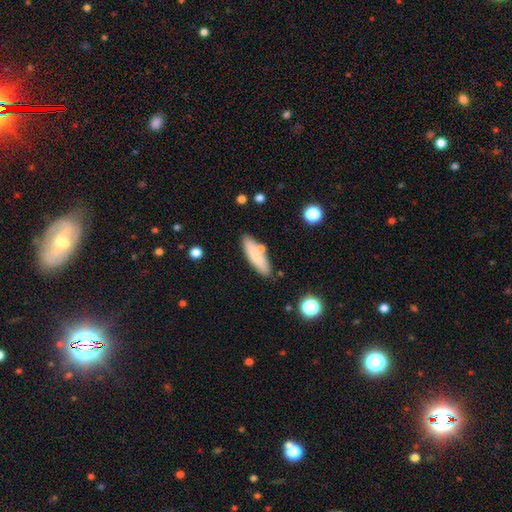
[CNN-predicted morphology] The model was most divided on "how rounded": cigar-shaped: 62%, in between: 36%, round: 2%. More confident: merging — none (77%); smooth or featured — smooth (77%).